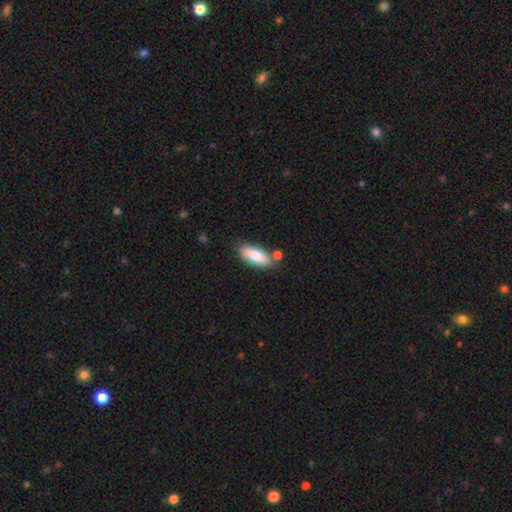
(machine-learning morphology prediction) Q: Smooth or featured?
A: smooth (83%); runner-up: featured or disk (11%)
Q: How rounded?
A: in between (79%); runner-up: cigar-shaped (19%)
Q: Merging?
A: none (70%); runner-up: minor disturbance (15%)